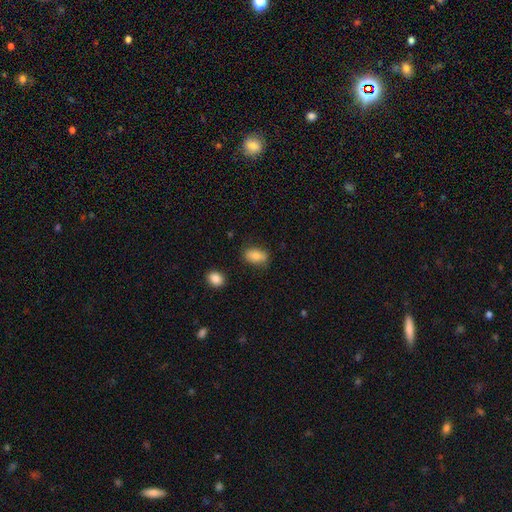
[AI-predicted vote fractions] Q: Smooth or featured?
A: smooth (83%); runner-up: featured or disk (10%)
Q: How rounded?
A: in between (89%); runner-up: round (7%)
Q: Merging?
A: none (79%); runner-up: minor disturbance (15%)